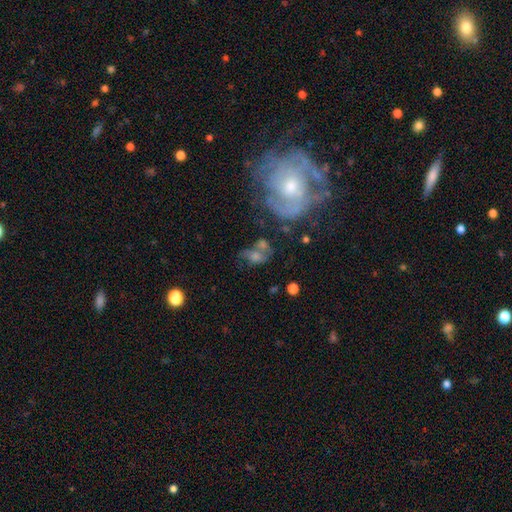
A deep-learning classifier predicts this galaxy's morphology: This appears to be a smooth galaxy with no disk features (45%). Merging: merger (33%).